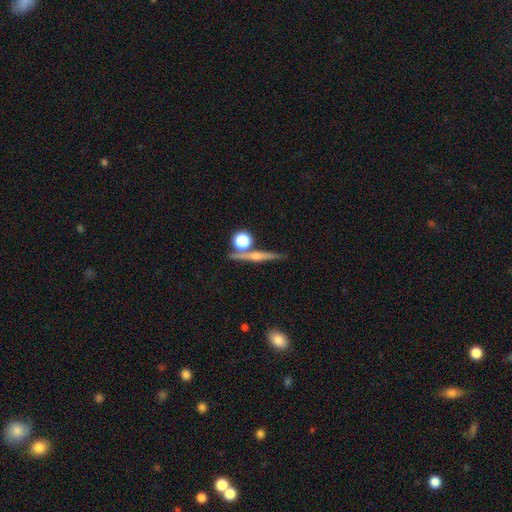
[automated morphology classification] smooth-or-featured: featured or disk: 69% | smooth: 19% | star or artifact: 12%
  disk-edge-on: yes: 96% | no: 4%
    edge-on-bulge: rounded: 80% | none: 13% | boxy: 8%
  merging: none: 81% | merger: 9% | minor disturbance: 8% | major disturbance: 3%